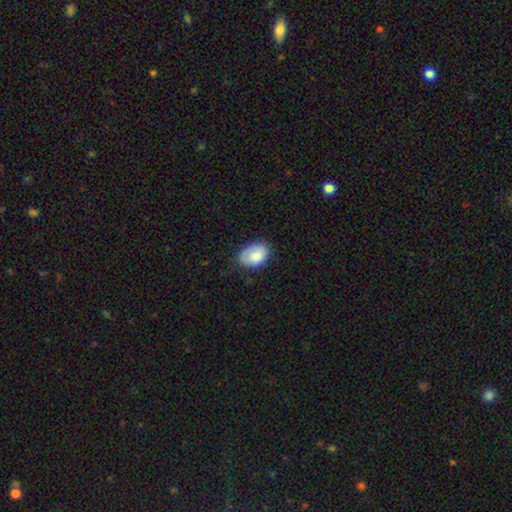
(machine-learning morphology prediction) Smooth or featured? smooth (82%)
How rounded? in between (86%)
Merging? none (68%)